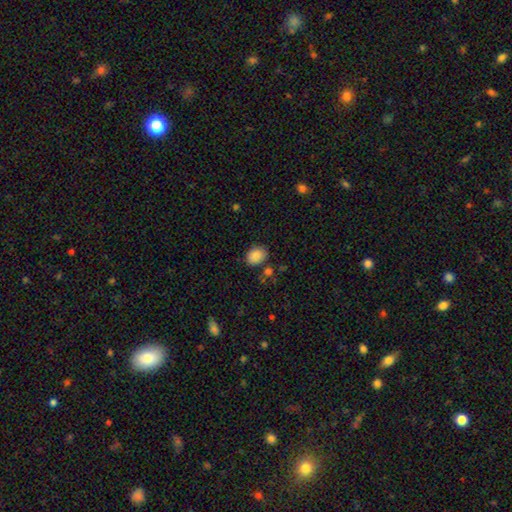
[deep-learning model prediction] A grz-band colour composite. It shows a smooth galaxy with no disk features (86%) that is in between round and cigar-shaped (62%). Merging: none (77%).